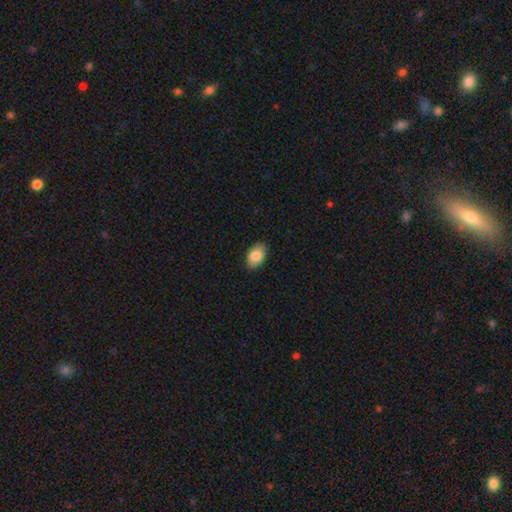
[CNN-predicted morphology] Smooth or featured?
  - smooth: 85% *
  - featured or disk: 8%
  - star or artifact: 7%
How rounded?
  - in between: 90% *
  - round: 9%
  - cigar-shaped: 1%
Merging?
  - none: 87% *
  - minor disturbance: 10%
  - major disturbance: 2%
  - merger: 1%